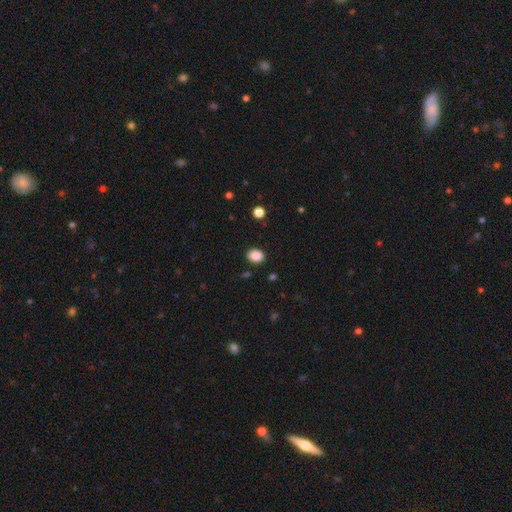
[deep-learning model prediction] Smooth or featured?
  - smooth: 87% *
  - star or artifact: 9%
  - featured or disk: 3%
How rounded?
  - in between: 56% *
  - round: 43%
  - cigar-shaped: 1%
Merging?
  - none: 88% *
  - minor disturbance: 8%
  - major disturbance: 2%
  - merger: 1%